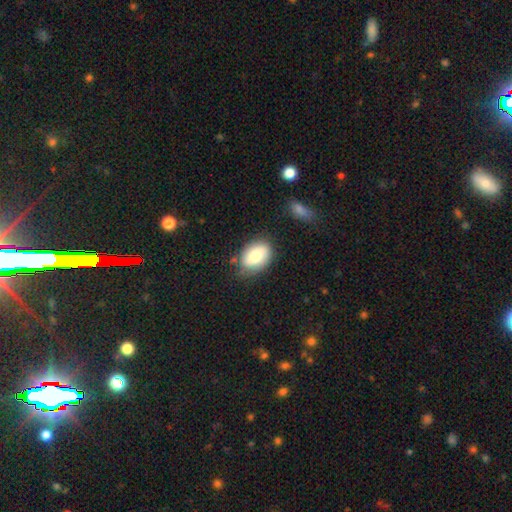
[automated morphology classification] This is likely a smooth galaxy (71%). How rounded: clearly in between (81%). Merging: likely none (69%).